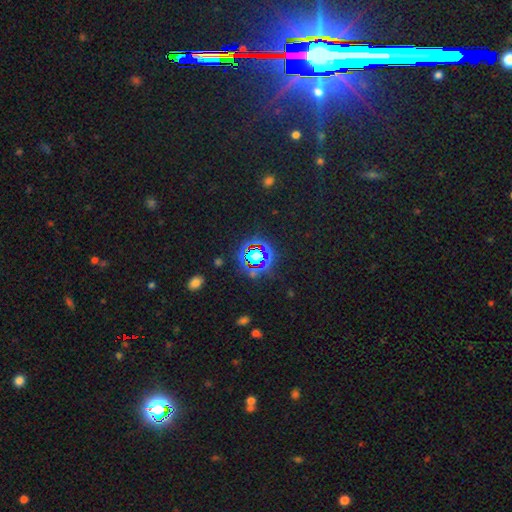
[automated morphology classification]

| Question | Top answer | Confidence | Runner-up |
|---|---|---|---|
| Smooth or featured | star or artifact | 69% | smooth (19%) |